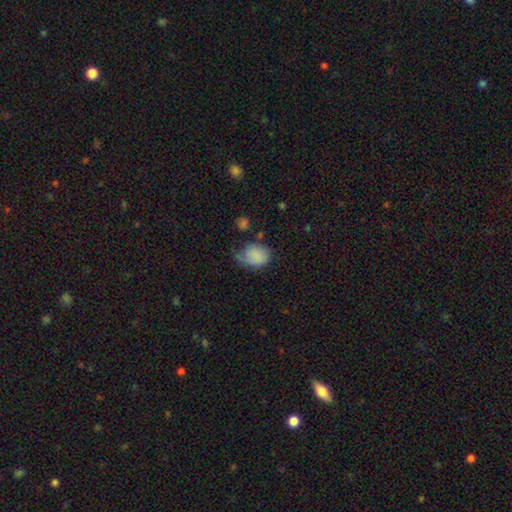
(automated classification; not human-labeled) A smooth galaxy with no disk features (76%) that is in between round and cigar-shaped (59%).

Vote fractions:
- Smooth or featured? smooth: 76% / featured or disk: 16% / star or artifact: 8%
- How rounded? in between: 59% / round: 40% / cigar-shaped: 1%
- Merging? none: 35% / minor disturbance: 34% / major disturbance: 26% / merger: 5%